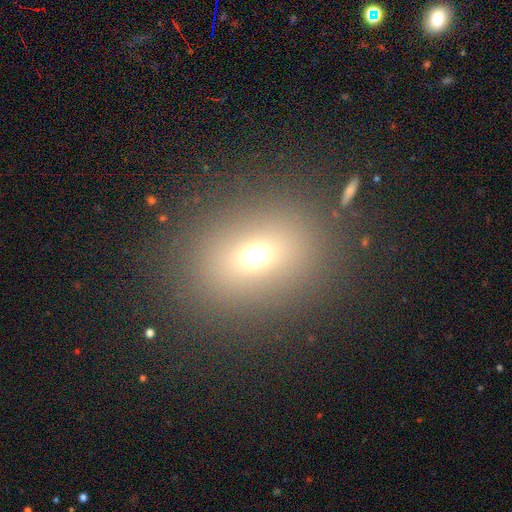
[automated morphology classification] This appears to be a smooth galaxy with no disk features (65%) that is round (54%). Merging: none (83%).